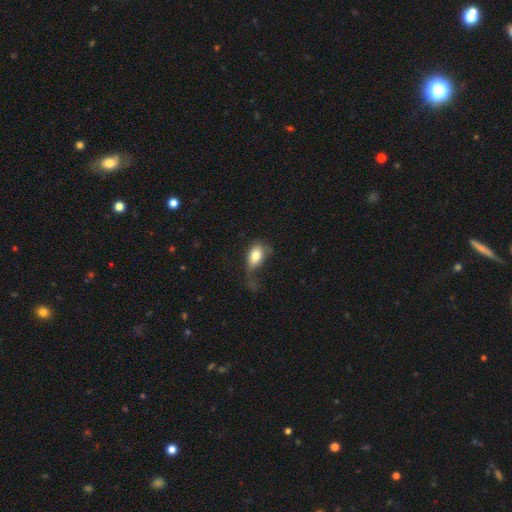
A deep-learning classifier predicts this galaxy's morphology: Q: Smooth or featured?
A: smooth (80%); runner-up: featured or disk (12%)
Q: How rounded?
A: in between (87%); runner-up: round (11%)
Q: Merging?
A: major disturbance (38%); runner-up: minor disturbance (29%)